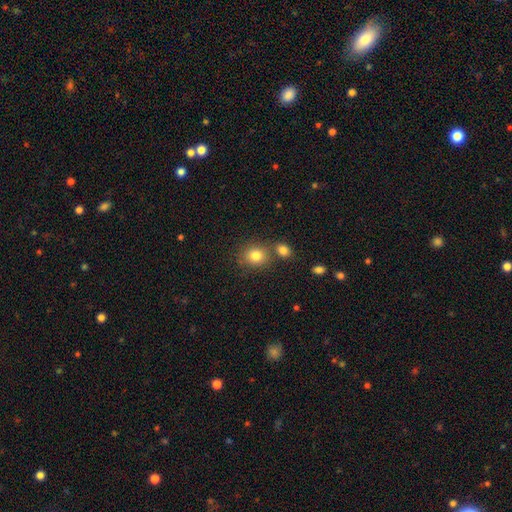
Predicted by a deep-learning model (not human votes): This appears to be a smooth galaxy with no disk features (82%) that is round (72%). Merging: none (66%).